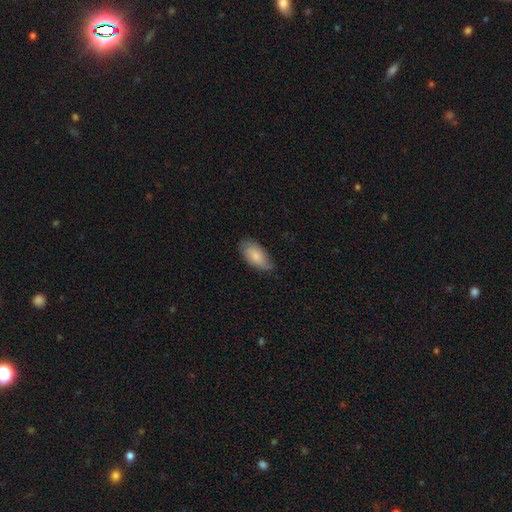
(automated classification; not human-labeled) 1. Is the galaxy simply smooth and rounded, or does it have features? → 72% smooth, 22% featured or disk, 6% star or artifact.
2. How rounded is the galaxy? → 93% in between, 5% cigar-shaped, 3% round.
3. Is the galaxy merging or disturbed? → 70% none, 25% minor disturbance, 4% major disturbance, 1% merger.